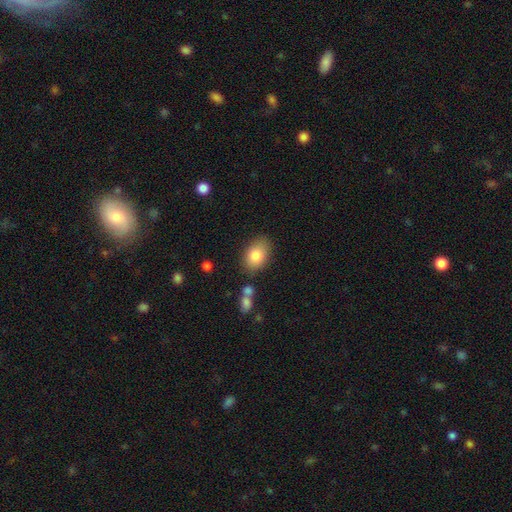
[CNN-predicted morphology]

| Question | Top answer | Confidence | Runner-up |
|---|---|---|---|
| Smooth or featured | smooth | 82% | featured or disk (10%) |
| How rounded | in between | 83% | round (16%) |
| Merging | none | 77% | minor disturbance (14%) |